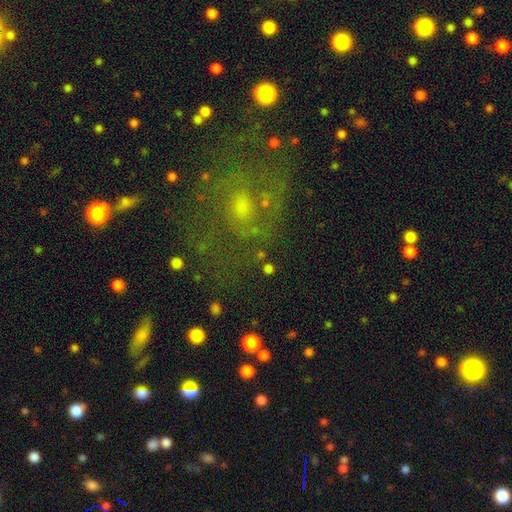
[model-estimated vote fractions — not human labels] smooth_or_featured: featured or disk (p=0.57) [alt: smooth p=0.22]
disk_edge_on: no (p=0.96) [alt: yes p=0.04]
bar: no (p=0.72) [alt: weak p=0.23]
has_spiral_arms: yes (p=0.67) [alt: no p=0.33]
bulge_size: small (p=0.48) [alt: moderate p=0.37]
merging: none (p=0.67) [alt: minor disturbance p=0.17]